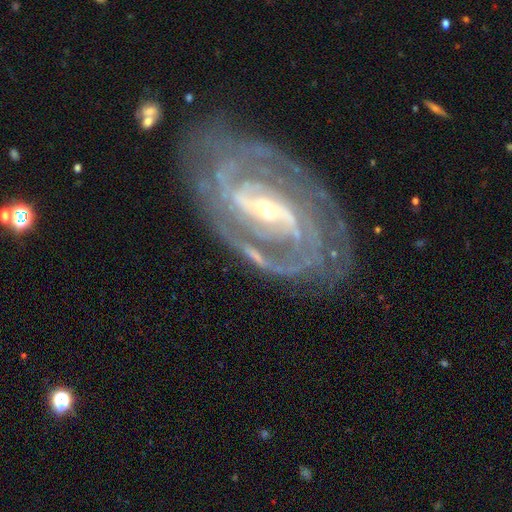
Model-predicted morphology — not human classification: smooth_or_featured: featured or disk (p=0.90) [alt: star or artifact p=0.06]
disk_edge_on: no (p=0.96) [alt: yes p=0.04]
bar: strong (p=0.58) [alt: weak p=0.29]
has_spiral_arms: yes (p=0.97) [alt: no p=0.03]
spiral_winding: medium (p=0.43) [tied with: tight p=0.43]
spiral_arm_count: 2 (p=0.61) [alt: 3 p=0.12]
bulge_size: small (p=0.65) [alt: moderate p=0.30]
merging: none (p=0.62) [alt: minor disturbance p=0.19]